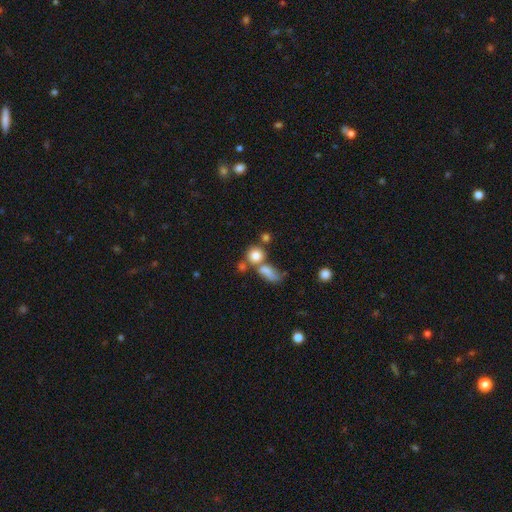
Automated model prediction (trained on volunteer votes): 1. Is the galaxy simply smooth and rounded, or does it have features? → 78% smooth, 12% star or artifact, 10% featured or disk.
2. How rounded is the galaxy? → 80% round, 18% in between, 2% cigar-shaped.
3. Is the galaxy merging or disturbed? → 49% none, 32% merger, 11% minor disturbance, 8% major disturbance.